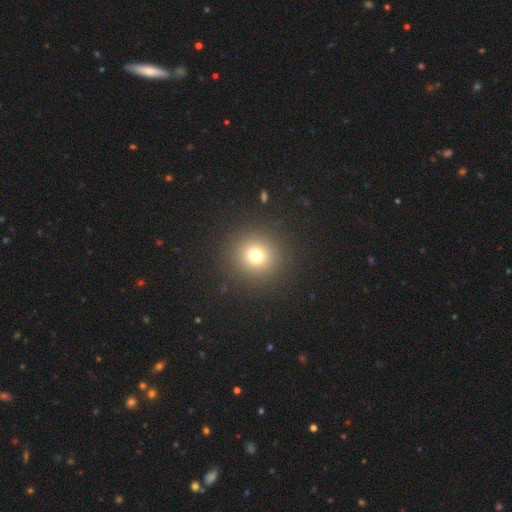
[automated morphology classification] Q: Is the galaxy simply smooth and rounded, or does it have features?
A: smooth — 74%.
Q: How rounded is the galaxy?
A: round — 93%.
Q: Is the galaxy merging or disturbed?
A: none — 91%.